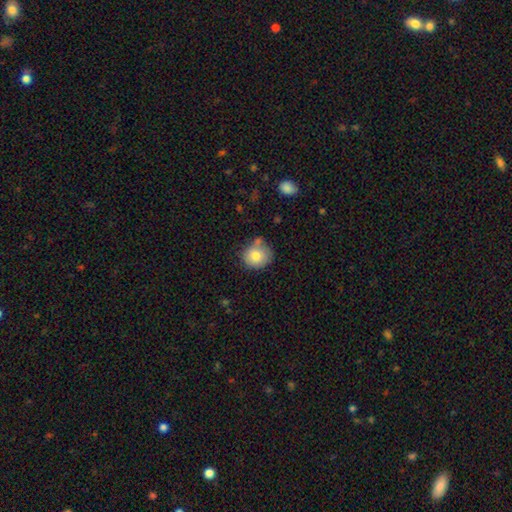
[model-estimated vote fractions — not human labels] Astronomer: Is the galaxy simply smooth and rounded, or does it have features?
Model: smooth — 79%.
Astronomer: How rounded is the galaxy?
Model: round — 77%.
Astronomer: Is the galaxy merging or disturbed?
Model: none — 63%.